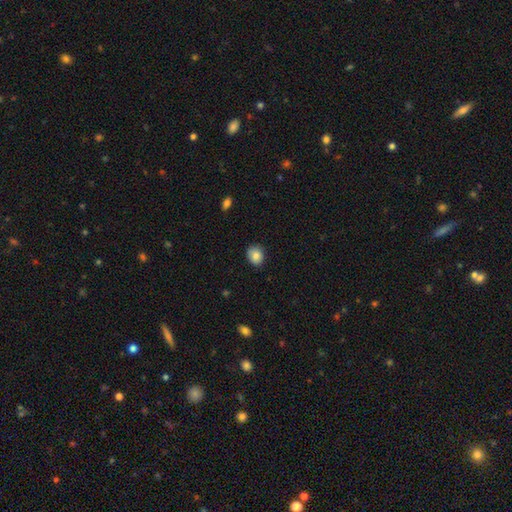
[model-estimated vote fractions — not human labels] smooth_or_featured: smooth (p=0.83) [alt: star or artifact p=0.09]
how_rounded: round (p=0.67) [alt: in between p=0.32]
merging: none (p=0.83) [alt: minor disturbance p=0.14]